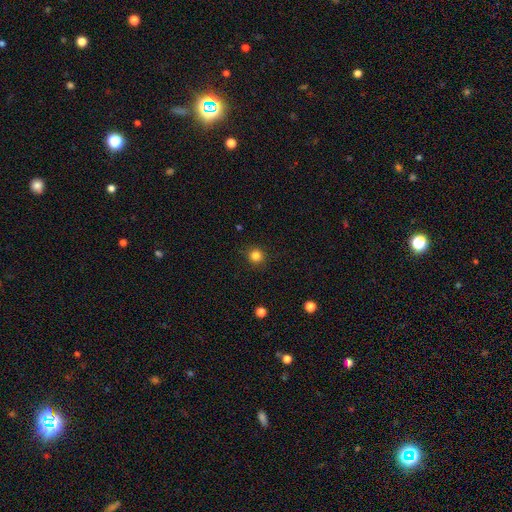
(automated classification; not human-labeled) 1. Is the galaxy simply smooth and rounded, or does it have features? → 83% smooth, 13% star or artifact, 4% featured or disk.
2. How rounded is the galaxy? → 94% round, 5% in between, 1% cigar-shaped.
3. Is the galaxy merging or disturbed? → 90% none, 7% minor disturbance, 2% major disturbance, 1% merger.